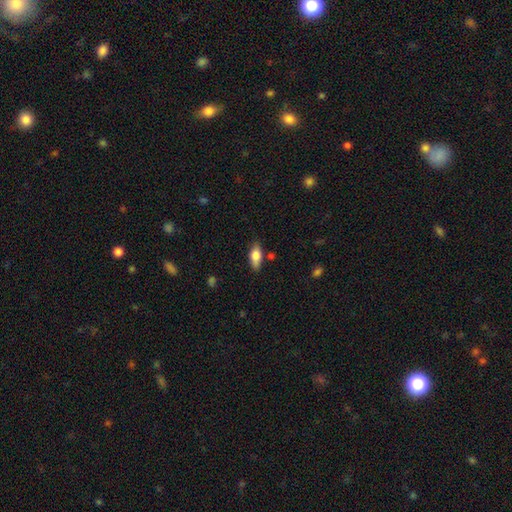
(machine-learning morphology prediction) Overall: smooth (77%). How rounded: in between (84%). Merging: none (78%).